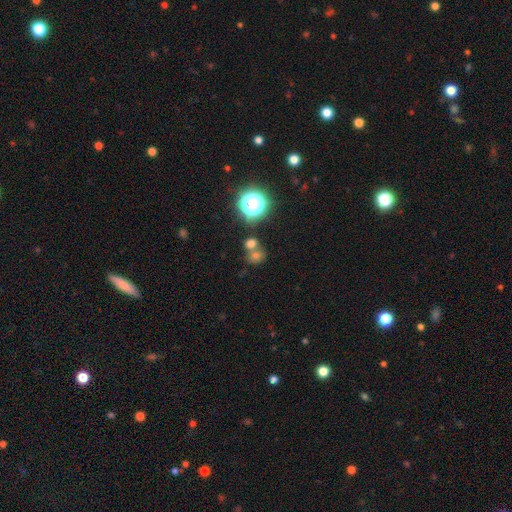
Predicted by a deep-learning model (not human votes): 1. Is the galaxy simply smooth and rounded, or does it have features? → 53% smooth, 34% star or artifact, 12% featured or disk.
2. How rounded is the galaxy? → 73% round, 25% in between, 1% cigar-shaped.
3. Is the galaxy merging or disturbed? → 50% none, 36% merger, 9% minor disturbance, 5% major disturbance.